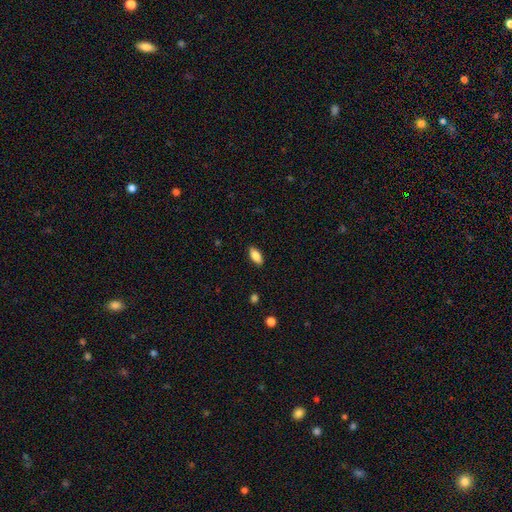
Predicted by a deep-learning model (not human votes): Overall: smooth (85%). How rounded: in between (86%). Merging: none (89%).